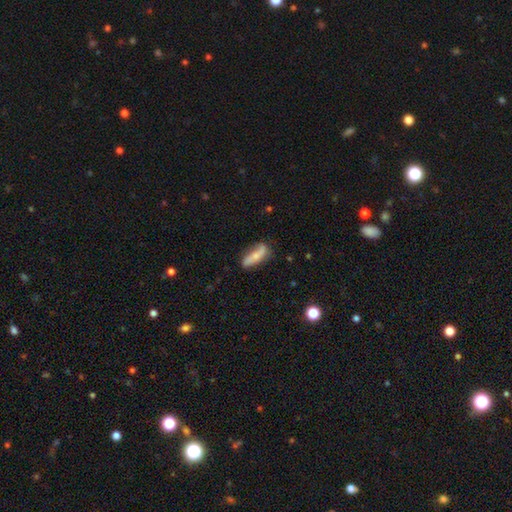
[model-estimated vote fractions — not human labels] smooth 52%, featured or disk 41%, star or artifact 7%. Down the decision tree: how rounded — in between (50%); merging — none (65%).